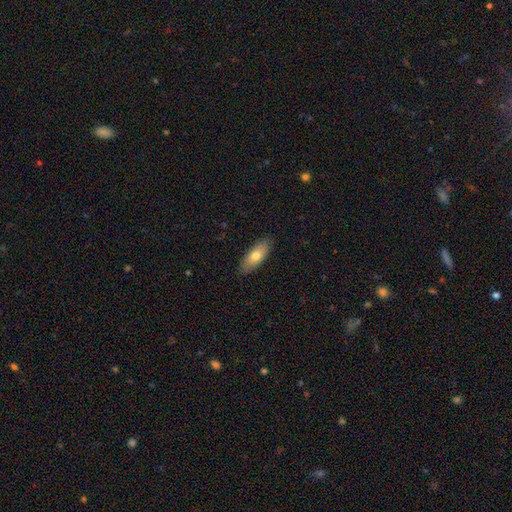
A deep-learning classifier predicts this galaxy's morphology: A smooth galaxy with no disk features (72%) that is in between round and cigar-shaped (75%).

Vote fractions:
- Smooth or featured? smooth: 72% / featured or disk: 22% / star or artifact: 6%
- How rounded? in between: 75% / cigar-shaped: 22% / round: 3%
- Merging? none: 88% / minor disturbance: 9% / major disturbance: 2% / merger: 1%